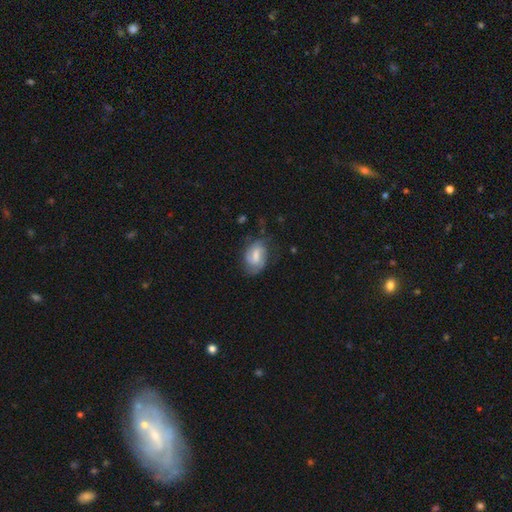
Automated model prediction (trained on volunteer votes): This appears to be a featured or disk galaxy (55%) with a weak bar (55%), spiral arms (85%) and a moderate central bulge (42%). Merging: none (60%).